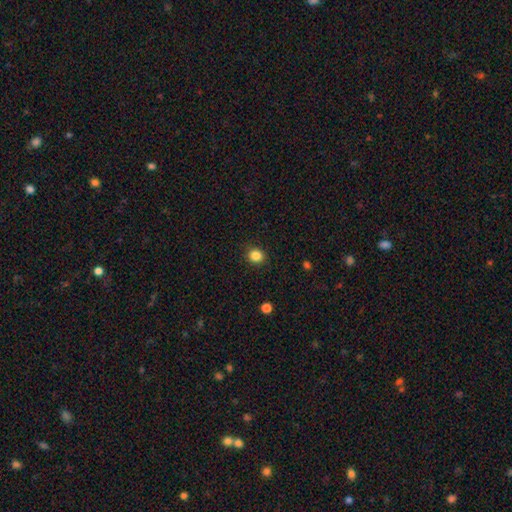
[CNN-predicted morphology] A smooth galaxy with no disk features (85%) that is round (81%).

Vote fractions:
- Smooth or featured? smooth: 85% / star or artifact: 11% / featured or disk: 4%
- How rounded? round: 81% / in between: 18% / cigar-shaped: 1%
- Merging? none: 89% / minor disturbance: 8% / major disturbance: 2% / merger: 1%